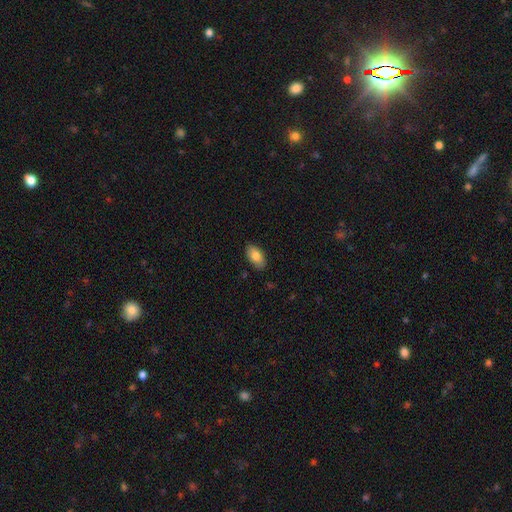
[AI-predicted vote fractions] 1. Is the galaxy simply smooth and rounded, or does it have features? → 83% smooth, 10% featured or disk, 7% star or artifact.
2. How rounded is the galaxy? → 94% in between, 3% round, 3% cigar-shaped.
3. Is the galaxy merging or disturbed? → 86% none, 11% minor disturbance, 2% major disturbance, 1% merger.